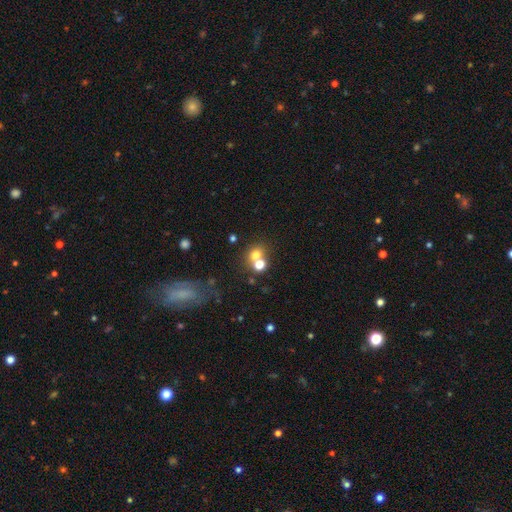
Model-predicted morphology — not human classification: The model was most divided on "merging": none: 45%, merger: 42%, minor disturbance: 8%, major disturbance: 5%. More confident: how rounded — round (71%); smooth or featured — smooth (68%).